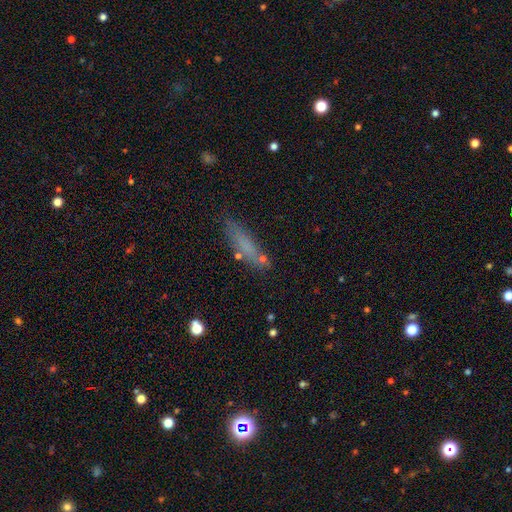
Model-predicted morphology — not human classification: smooth-or-featured: smooth: 72% | featured or disk: 17% | star or artifact: 11%
  how-rounded: cigar-shaped: 76% | in between: 22% | round: 2%
  merging: none: 74% | minor disturbance: 16% | major disturbance: 5% | merger: 5%